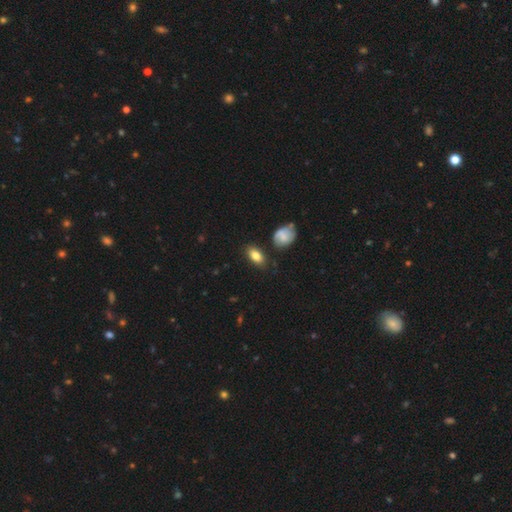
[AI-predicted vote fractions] This is clearly a smooth galaxy (83%). How rounded: clearly in between (89%). Merging: likely none (78%).